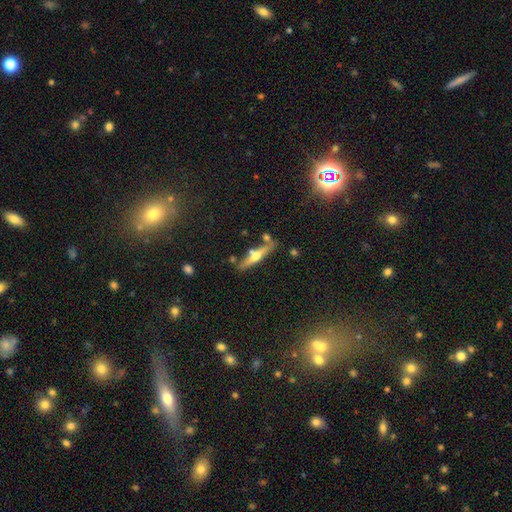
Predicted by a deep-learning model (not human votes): This is likely a featured or disk galaxy (61%). It is clearly viewed edge-on (94%). Edge-on bulge: clearly rounded (91%). Merging: likely none (75%).